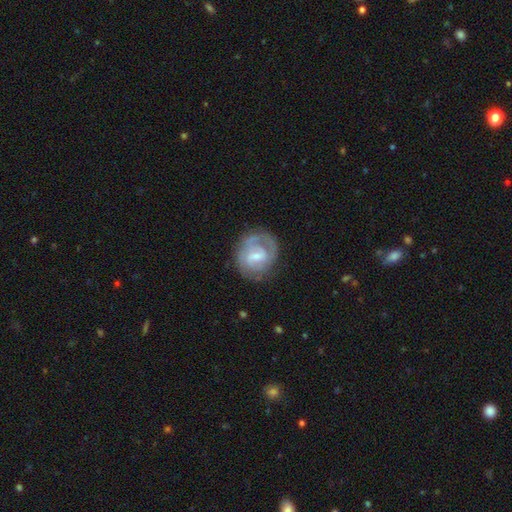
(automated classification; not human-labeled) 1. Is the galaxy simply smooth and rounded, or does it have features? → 69% featured or disk, 25% smooth, 6% star or artifact.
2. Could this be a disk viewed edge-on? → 97% no, 3% yes.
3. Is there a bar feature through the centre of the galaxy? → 57% weak, 27% no, 16% strong.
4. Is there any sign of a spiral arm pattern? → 80% yes, 20% no.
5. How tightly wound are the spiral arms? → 48% tight, 37% medium, 15% loose.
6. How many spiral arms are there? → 45% 2, 29% can't tell, 14% 1, 8% 3, 2% 4, 2% more than 4.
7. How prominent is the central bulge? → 49% small, 38% moderate, 8% none, 4% large, 1% dominant.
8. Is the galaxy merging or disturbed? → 64% none, 21% minor disturbance, 14% major disturbance, 2% merger.